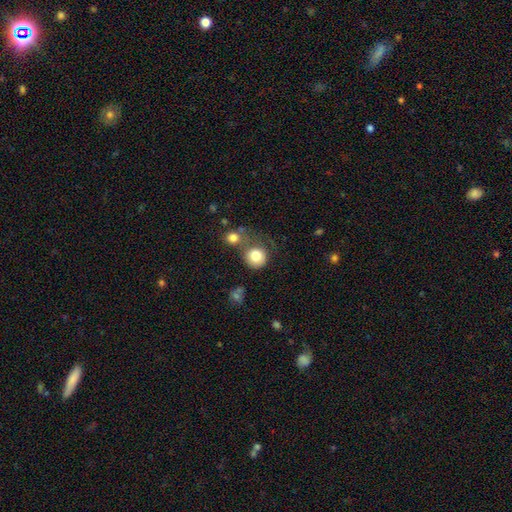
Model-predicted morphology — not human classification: Overall: smooth (81%). How rounded: round (90%). Merging: none (56%; merger 19%).